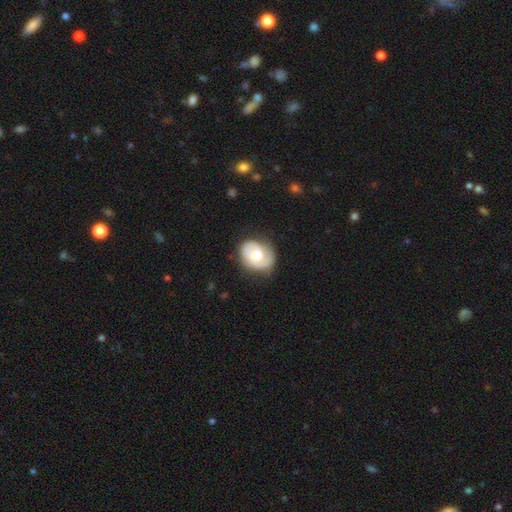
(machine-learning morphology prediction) Smooth or featured? Predicted: featured or disk (p=0.67). Edge-on disk? Predicted: no (p=0.98). Bar? Predicted: no (p=0.58). Spiral arms? Predicted: yes (p=0.90). Spiral winding? Predicted: tight (p=0.47). Spiral arm count? Predicted: 2 (p=0.68). Bulge size? Predicted: moderate (p=0.64). Merging? Predicted: none (p=0.72).